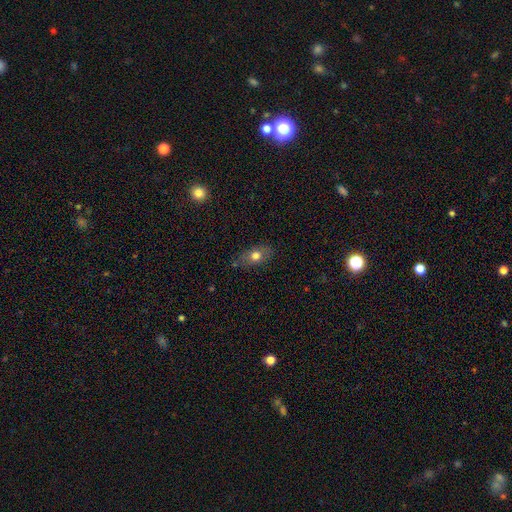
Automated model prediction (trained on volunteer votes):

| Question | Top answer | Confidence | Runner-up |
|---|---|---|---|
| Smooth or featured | smooth | 72% | featured or disk (18%) |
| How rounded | in between | 78% | round (16%) |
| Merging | none | 72% | minor disturbance (20%) |